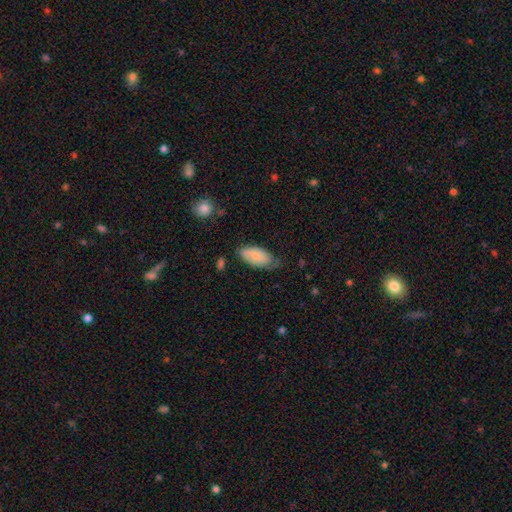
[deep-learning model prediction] Smooth or featured: smooth — 74% (featured or disk — 20%)
How rounded: in between — 92% (cigar-shaped — 6%)
Merging: none — 54% (minor disturbance — 35%)